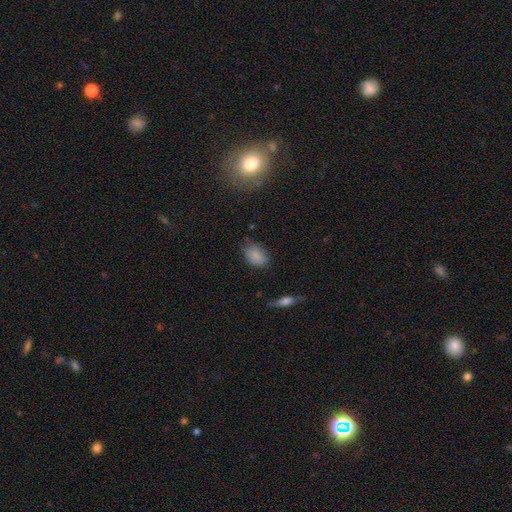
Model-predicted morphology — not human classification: The model was most divided on "merging": none: 74%, minor disturbance: 20%, major disturbance: 4%, merger: 2%. More confident: smooth or featured — smooth (85%); how rounded — in between (81%).